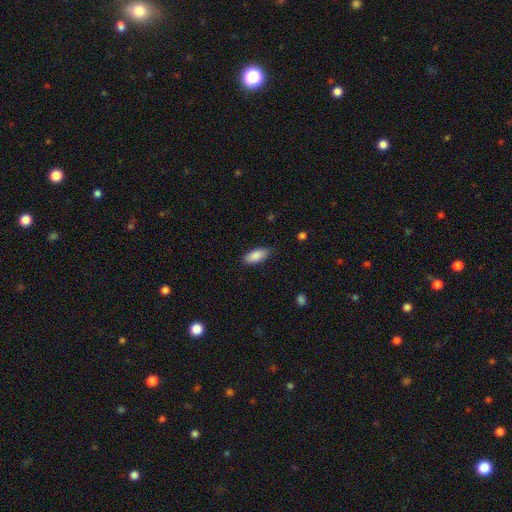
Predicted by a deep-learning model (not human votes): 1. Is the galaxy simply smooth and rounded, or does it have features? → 88% smooth, 6% star or artifact, 5% featured or disk.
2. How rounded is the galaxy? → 86% in between, 12% cigar-shaped, 2% round.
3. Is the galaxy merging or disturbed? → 82% none, 14% minor disturbance, 3% major disturbance, 1% merger.